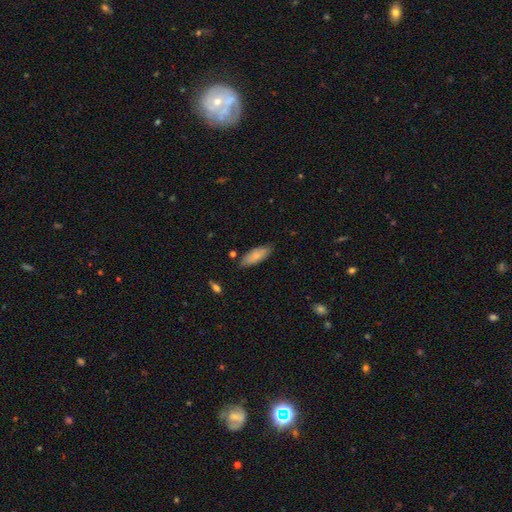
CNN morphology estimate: Smooth or featured?
  - smooth: 81% *
  - featured or disk: 13%
  - star or artifact: 6%
How rounded?
  - in between: 76% *
  - cigar-shaped: 22%
  - round: 2%
Merging?
  - none: 81% *
  - minor disturbance: 14%
  - major disturbance: 2%
  - merger: 2%